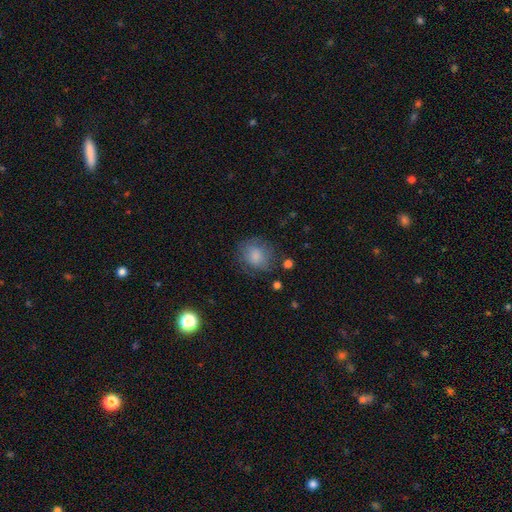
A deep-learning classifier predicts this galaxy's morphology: Q: Smooth or featured?
A: smooth (78%); runner-up: featured or disk (14%)
Q: How rounded?
A: round (75%); runner-up: in between (24%)
Q: Merging?
A: none (69%); runner-up: minor disturbance (20%)